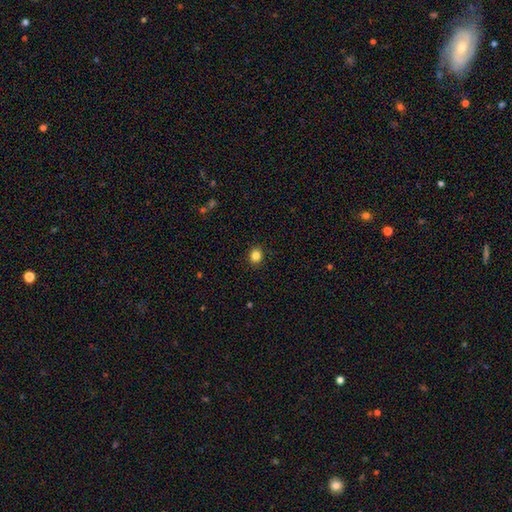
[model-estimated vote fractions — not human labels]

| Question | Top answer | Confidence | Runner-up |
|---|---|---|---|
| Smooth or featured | smooth | 84% | star or artifact (11%) |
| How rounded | round | 74% | in between (25%) |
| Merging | none | 91% | minor disturbance (6%) |